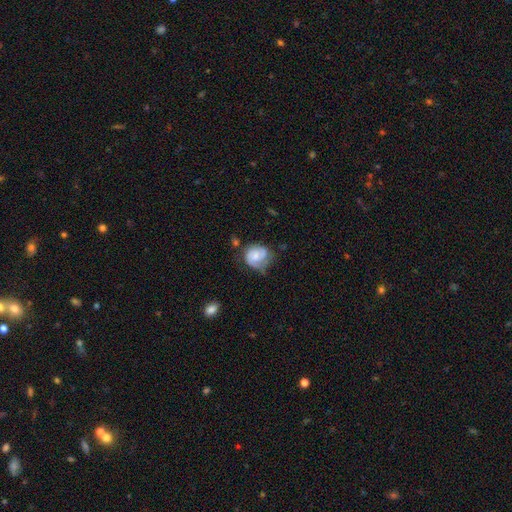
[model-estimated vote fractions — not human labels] Smooth or featured: featured or disk — 56% (smooth — 37%)
Edge-on disk: no — 98% (yes — 2%)
Bar: no — 65% (weak — 30%)
Spiral arms: yes — 84% (no — 16%)
Bulge size: small — 42% (moderate — 37%)
Merging: none — 48% (minor disturbance — 32%)